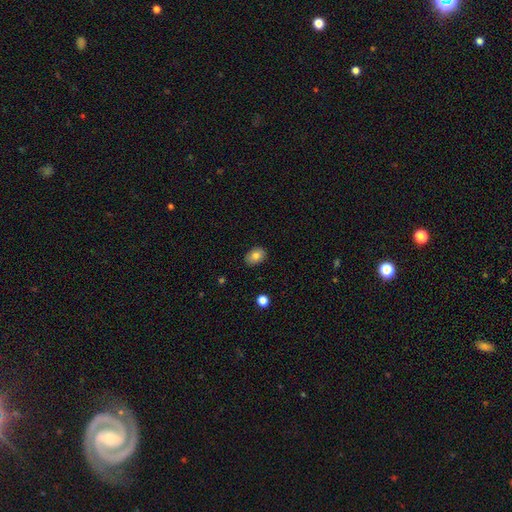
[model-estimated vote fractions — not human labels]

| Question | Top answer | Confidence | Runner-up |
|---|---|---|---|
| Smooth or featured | smooth | 81% | featured or disk (11%) |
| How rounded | in between | 74% | round (25%) |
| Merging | none | 86% | minor disturbance (11%) |